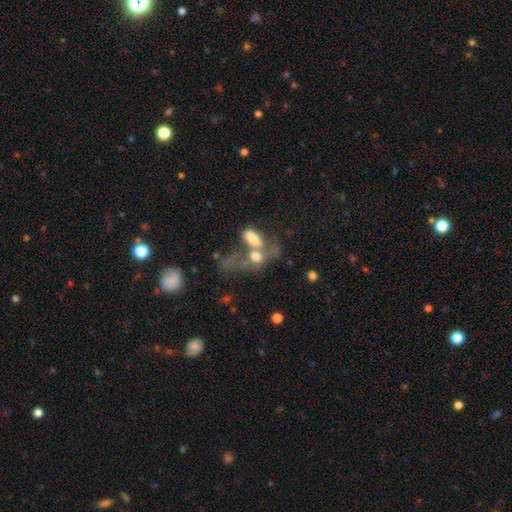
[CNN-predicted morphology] Smooth or featured? featured or disk (38%)
Merging? merger (52%)